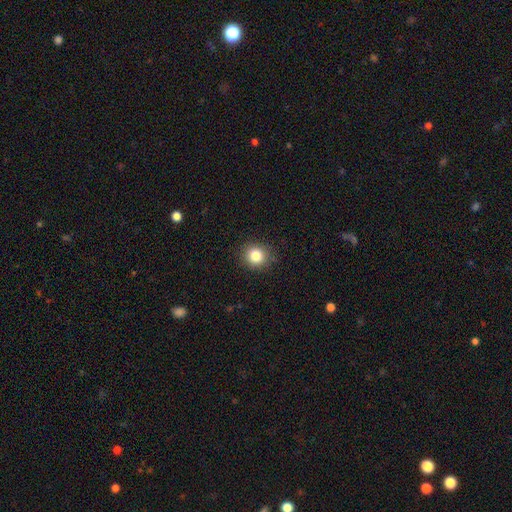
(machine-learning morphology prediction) Overall: smooth (83%). How rounded: round (86%). Merging: none (88%).